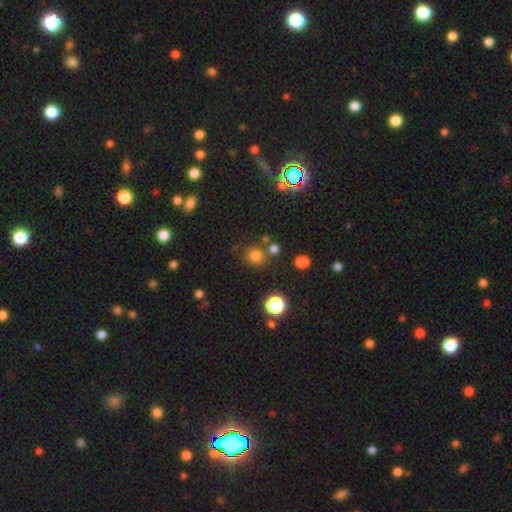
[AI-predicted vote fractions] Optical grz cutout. It shows a smooth galaxy with no disk features (75%) that is round (91%). Merging: none (76%).